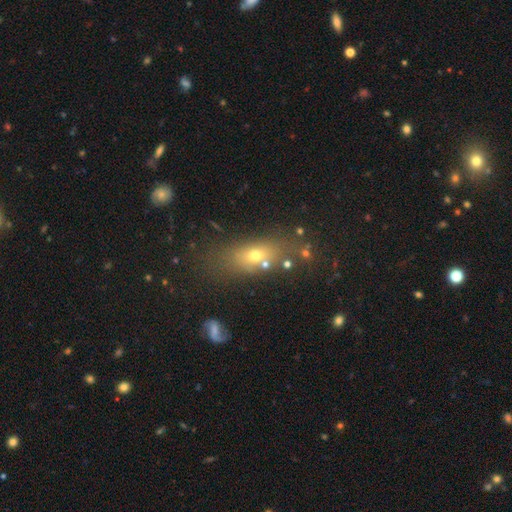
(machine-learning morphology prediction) smooth_or_featured: smooth (p=0.60) [alt: featured or disk p=0.22]
how_rounded: in between (p=0.65) [alt: cigar-shaped p=0.19]
merging: none (p=0.64) [alt: minor disturbance p=0.15]